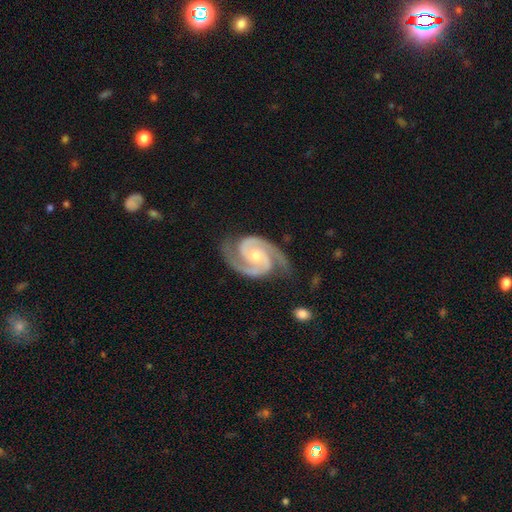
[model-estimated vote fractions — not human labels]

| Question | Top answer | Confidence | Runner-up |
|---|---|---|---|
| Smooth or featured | featured or disk | 94% | star or artifact (3%) |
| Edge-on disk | no | 98% | yes (2%) |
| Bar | no | 61% | weak (29%) |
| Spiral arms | yes | 99% | no (1%) |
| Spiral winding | medium | 49% | tight (46%) |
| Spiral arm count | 2 | 94% | 3 (2%) |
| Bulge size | small | 48% | moderate (46%) |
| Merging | none | 79% | minor disturbance (16%) |